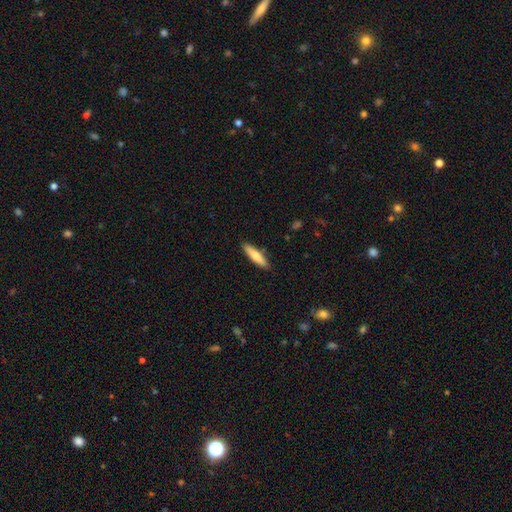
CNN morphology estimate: smooth-or-featured: smooth: 73% | featured or disk: 22% | star or artifact: 5%
  how-rounded: cigar-shaped: 76% | in between: 22% | round: 1%
  merging: none: 88% | minor disturbance: 9% | major disturbance: 2% | merger: 1%